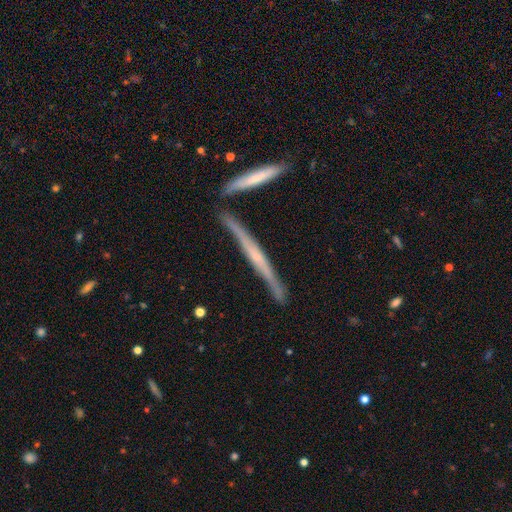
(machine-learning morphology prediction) Smooth or featured? featured or disk (72%)
Edge-on disk? yes (96%)
Edge-on bulge? none (52%)
Merging? none (81%)